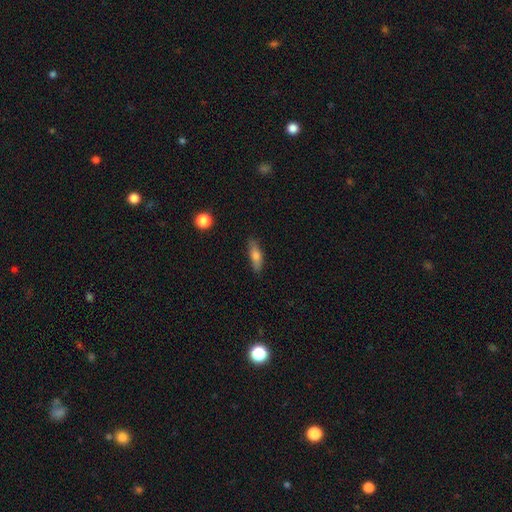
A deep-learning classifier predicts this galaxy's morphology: Smooth or featured: smooth — 68% (featured or disk — 24%)
How rounded: cigar-shaped — 50% (in between — 47%)
Merging: none — 82% (minor disturbance — 14%)